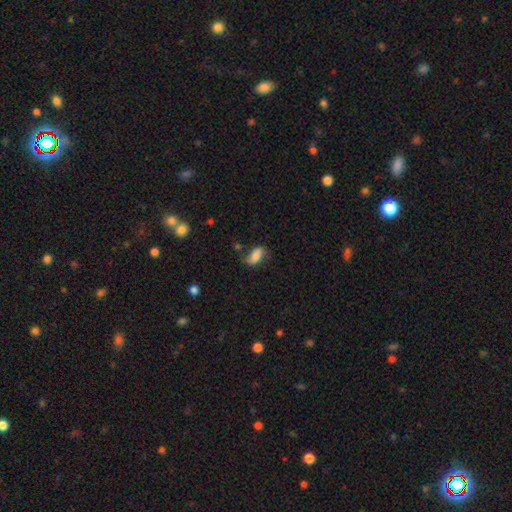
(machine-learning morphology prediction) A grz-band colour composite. It shows a smooth galaxy with no disk features (62%) that is in between round and cigar-shaped (87%). Merging: none (59%).